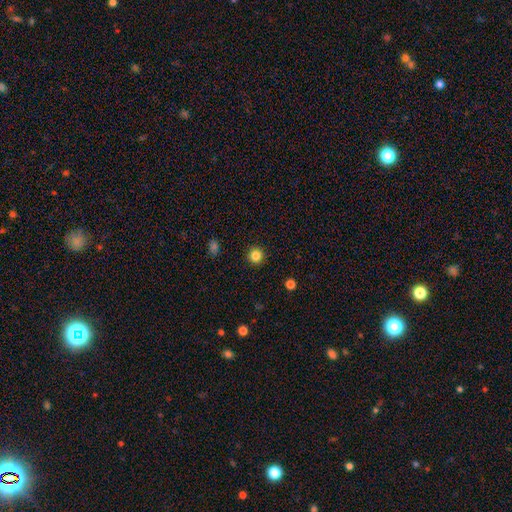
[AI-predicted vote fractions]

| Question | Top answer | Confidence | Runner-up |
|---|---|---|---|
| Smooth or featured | smooth | 84% | star or artifact (12%) |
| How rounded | round | 94% | in between (5%) |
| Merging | none | 92% | minor disturbance (5%) |